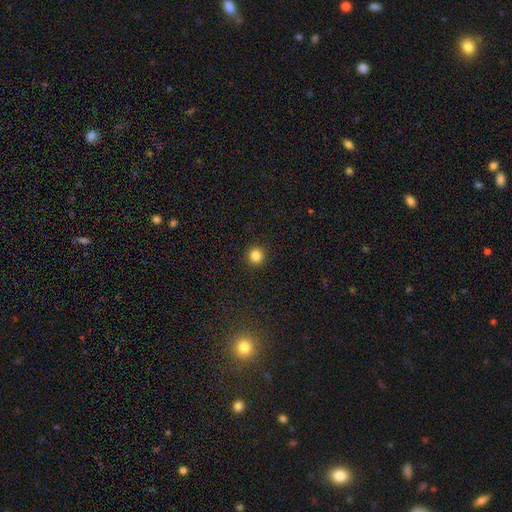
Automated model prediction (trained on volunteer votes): This appears to be a smooth galaxy with no disk features (84%) that is round (95%). Merging: none (93%).